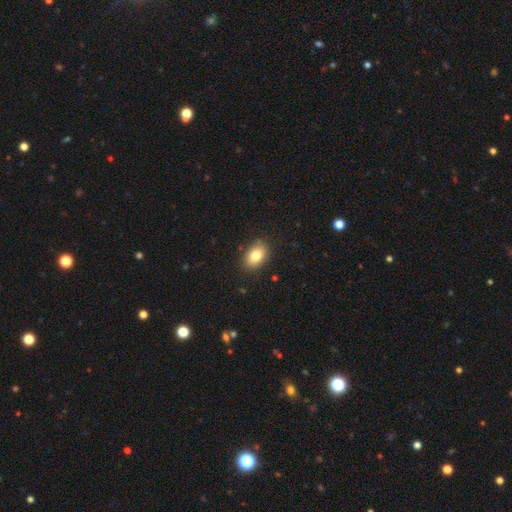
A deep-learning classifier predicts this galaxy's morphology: The model was most divided on "how rounded": in between: 81%, round: 17%, cigar-shaped: 1%. More confident: merging — none (86%); smooth or featured — smooth (82%).